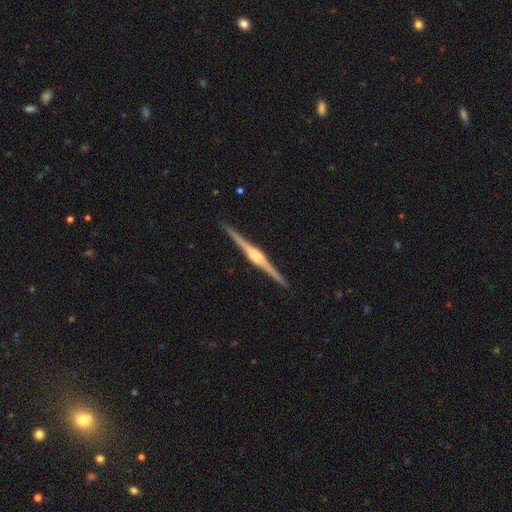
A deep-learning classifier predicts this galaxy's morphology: Smooth or featured: featured or disk — 88% (smooth — 7%)
Edge-on disk: yes — 99% (no — 1%)
Edge-on bulge: rounded — 72% (boxy — 23%)
Merging: none — 92% (minor disturbance — 6%)